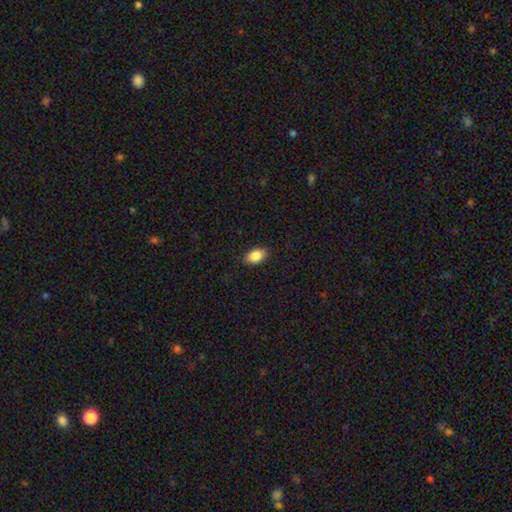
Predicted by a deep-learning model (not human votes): The model was most divided on "merging": none: 87%, minor disturbance: 10%, major disturbance: 2%, merger: 1%. More confident: how rounded — in between (89%); smooth or featured — smooth (87%).